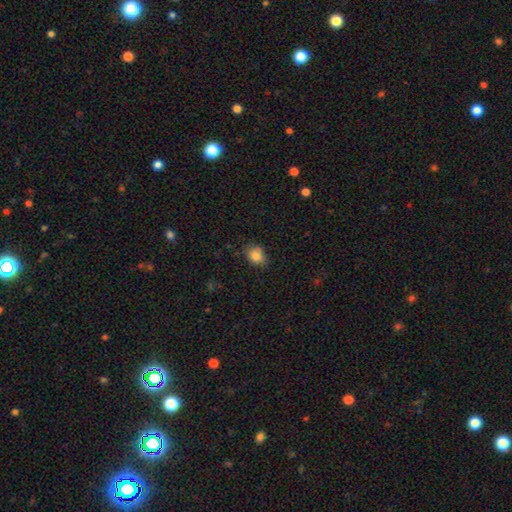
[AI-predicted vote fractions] A smooth galaxy with no disk features (84%) that is in between round and cigar-shaped (64%). Merging: none (80%).